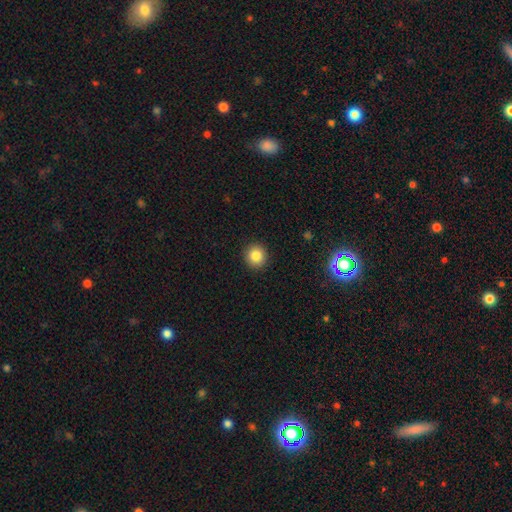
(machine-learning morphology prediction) This appears to be a smooth galaxy with no disk features (85%) that is round (94%). Merging: none (92%).